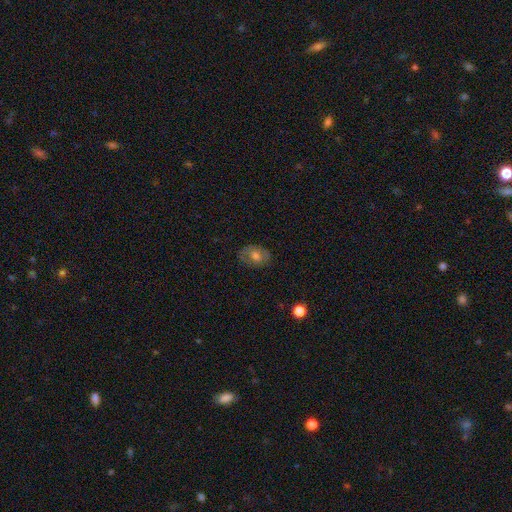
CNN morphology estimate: smooth 56%, featured or disk 35%, star or artifact 9%. Down the decision tree: how rounded — in between (74%); merging — none (75%).